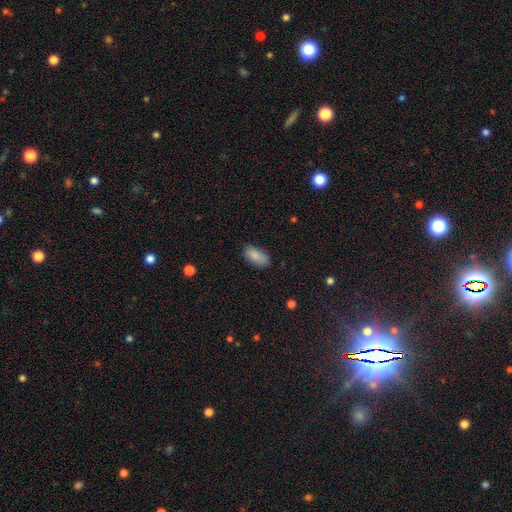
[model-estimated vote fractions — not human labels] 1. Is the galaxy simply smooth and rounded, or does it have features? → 86% smooth, 7% star or artifact, 7% featured or disk.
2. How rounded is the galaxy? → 93% in between, 3% round, 3% cigar-shaped.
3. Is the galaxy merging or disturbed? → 77% none, 18% minor disturbance, 4% major disturbance, 1% merger.